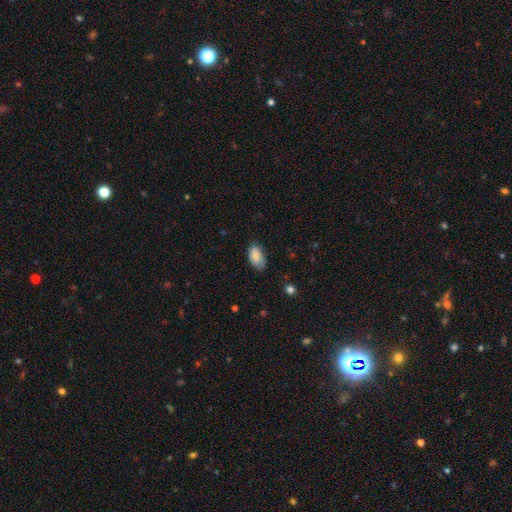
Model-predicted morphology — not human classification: Q: Smooth or featured?
A: smooth (85%); runner-up: featured or disk (8%)
Q: How rounded?
A: in between (94%); runner-up: round (4%)
Q: Merging?
A: none (68%); runner-up: minor disturbance (26%)